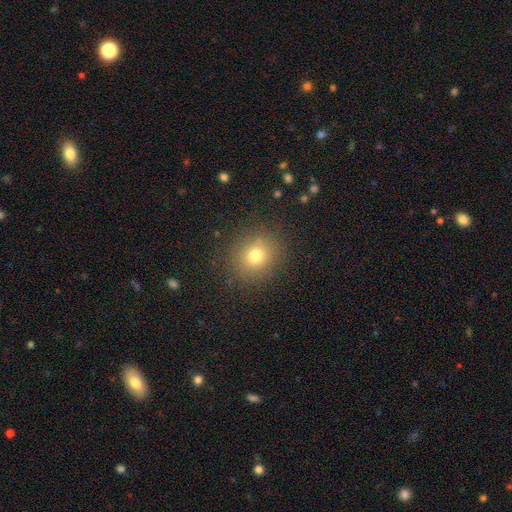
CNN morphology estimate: This appears to be a smooth galaxy with no disk features (74%) that is round (81%). Merging: none (86%).